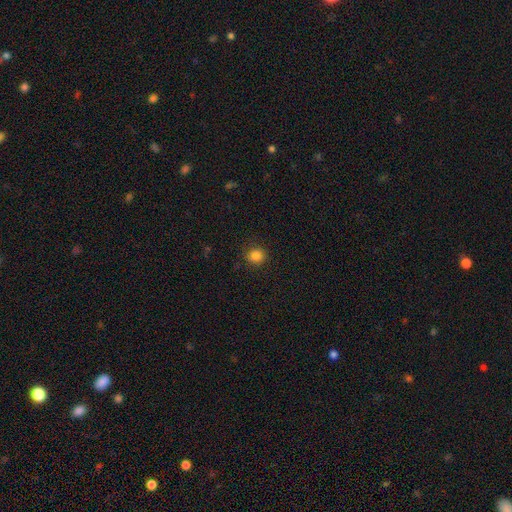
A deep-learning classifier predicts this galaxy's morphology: Smooth or featured? smooth (85%)
How rounded? round (87%)
Merging? none (88%)